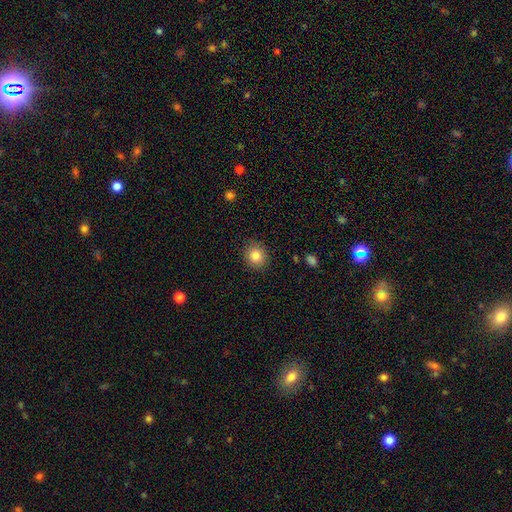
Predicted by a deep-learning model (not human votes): Morphology: type=smooth (84%); roundness=round (81%); merging=none (89%).